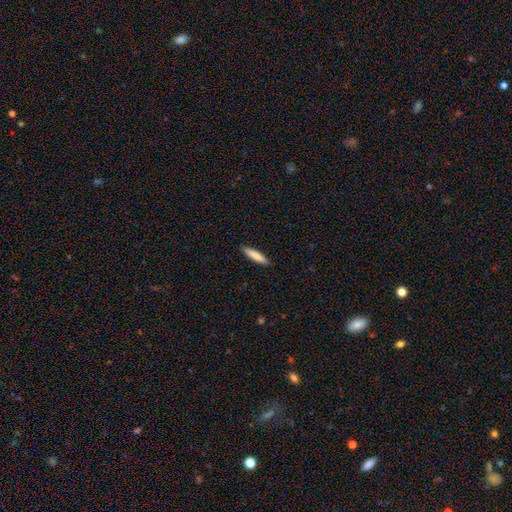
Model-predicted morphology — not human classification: Smooth or featured?
  - smooth: 83% *
  - featured or disk: 12%
  - star or artifact: 5%
How rounded?
  - cigar-shaped: 84% *
  - in between: 15%
  - round: 1%
Merging?
  - none: 91% *
  - minor disturbance: 7%
  - major disturbance: 1%
  - merger: 1%